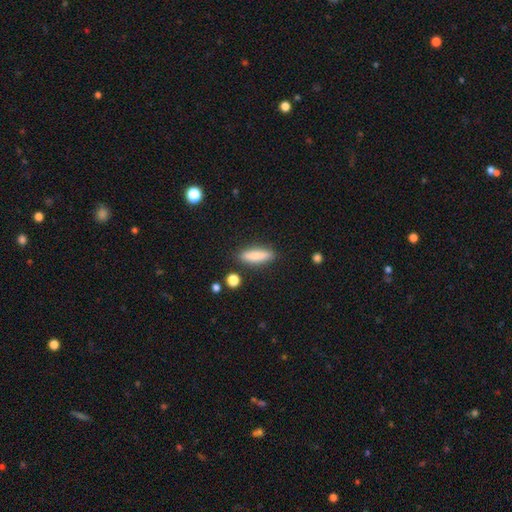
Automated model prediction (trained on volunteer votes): Smooth or featured? smooth (81%)
How rounded? cigar-shaped (61%)
Merging? none (86%)